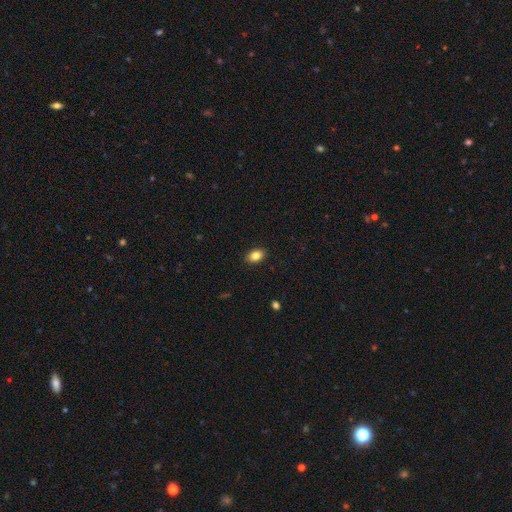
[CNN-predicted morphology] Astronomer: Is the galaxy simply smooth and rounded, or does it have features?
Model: smooth — 84%.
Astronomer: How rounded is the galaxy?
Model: in between — 85%.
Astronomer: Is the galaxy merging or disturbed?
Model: none — 90%.